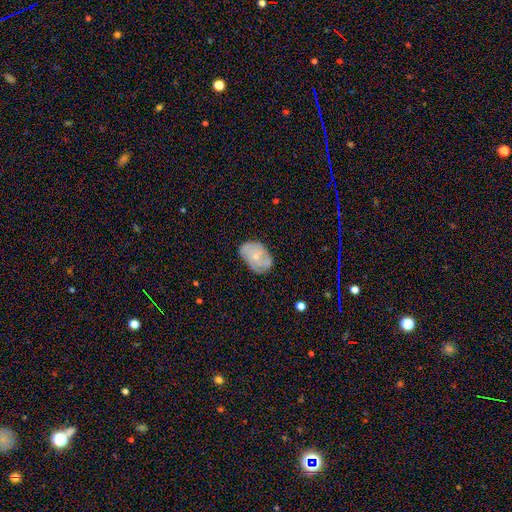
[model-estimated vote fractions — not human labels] A featured or disk galaxy (55%) with no bar (82%), spiral arms (75%) and a small central bulge (68%). Merging: none (67%).